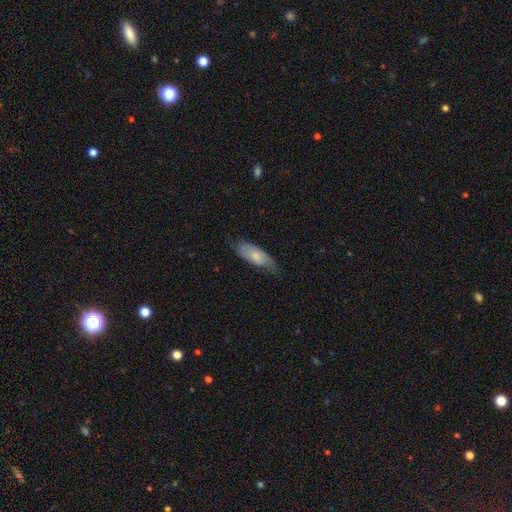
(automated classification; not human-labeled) Smooth or featured?
  - smooth: 56% *
  - featured or disk: 38%
  - star or artifact: 6%
How rounded?
  - in between: 78% *
  - cigar-shaped: 19%
  - round: 2%
Merging?
  - none: 64% *
  - minor disturbance: 26%
  - major disturbance: 8%
  - merger: 1%